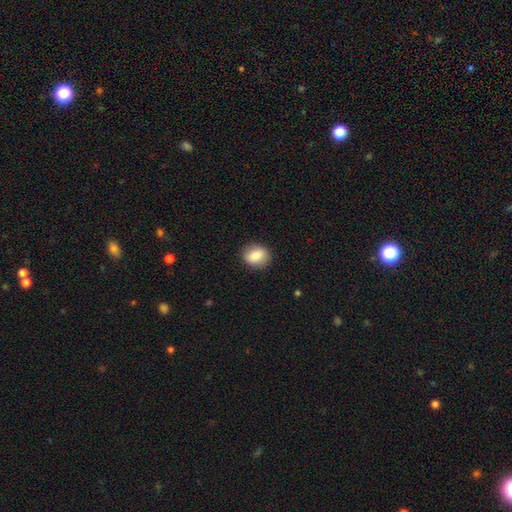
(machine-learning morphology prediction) Smooth or featured? smooth (83%)
How rounded? round (53%)
Merging? none (87%)